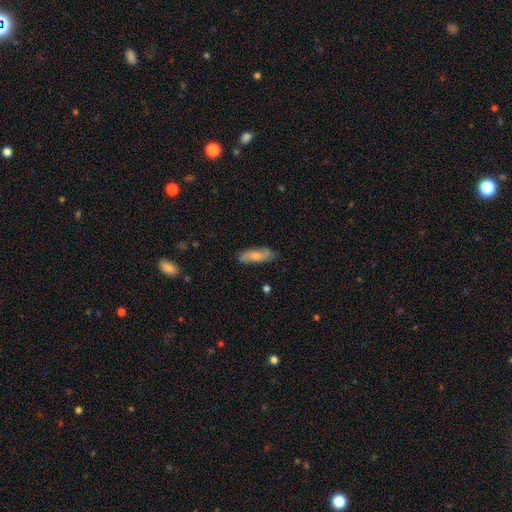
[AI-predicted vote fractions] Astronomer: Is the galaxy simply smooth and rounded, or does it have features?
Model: smooth — 57% (runner-up: featured or disk, 37%).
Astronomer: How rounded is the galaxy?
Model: in between — 58% (runner-up: cigar-shaped, 40%).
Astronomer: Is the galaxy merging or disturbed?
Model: none — 81%.